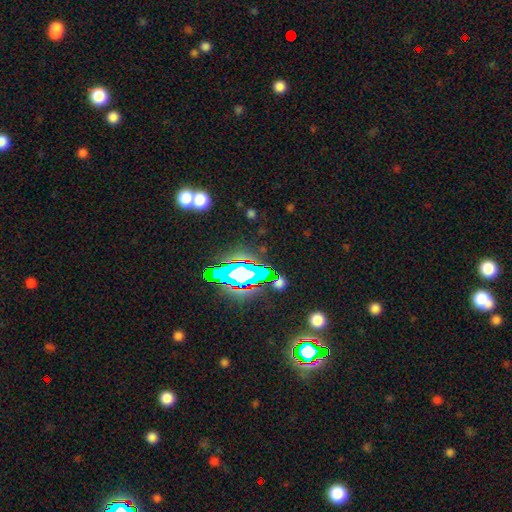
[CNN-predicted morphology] Smooth or featured?
  - star or artifact: 71% *
  - featured or disk: 15%
  - smooth: 15%